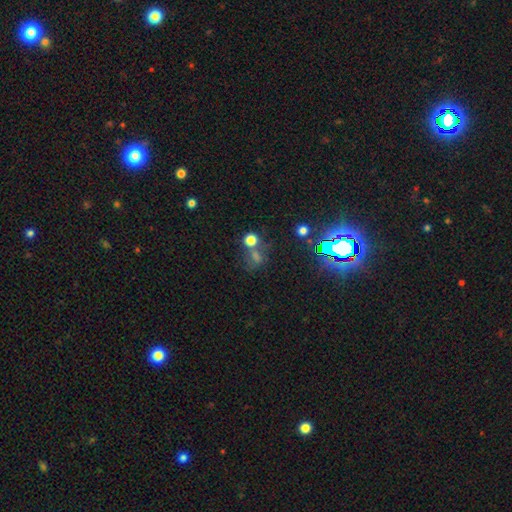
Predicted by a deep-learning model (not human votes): star or artifact 44%, smooth 42%, featured or disk 13%.